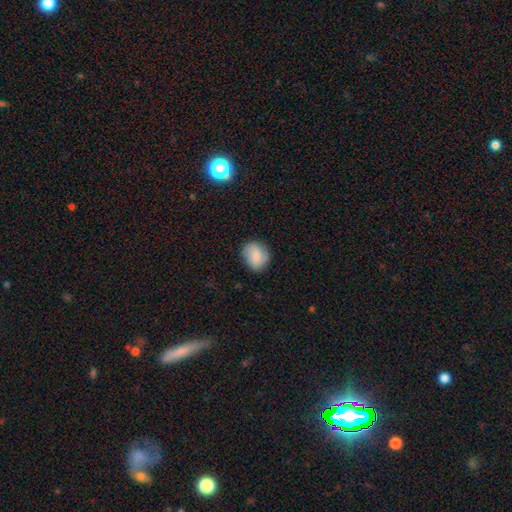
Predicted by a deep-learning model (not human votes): This is clearly a smooth galaxy (83%). How rounded: likely round (68%). Merging: clearly none (84%).